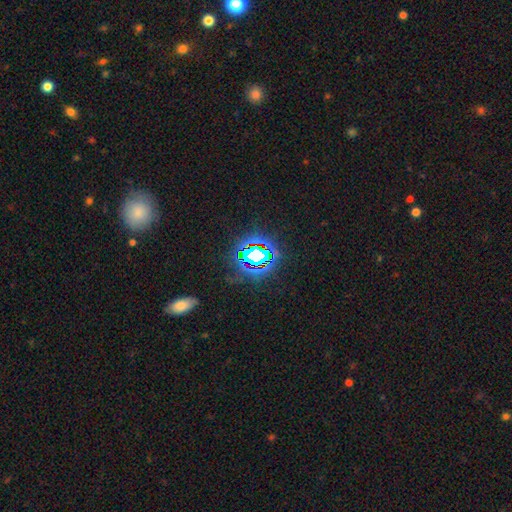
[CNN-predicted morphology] Smooth or featured? star or artifact (73%)